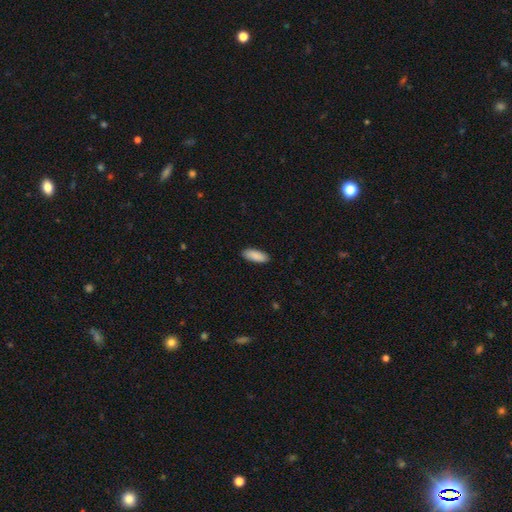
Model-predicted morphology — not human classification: Smooth or featured?
  - smooth: 90% *
  - star or artifact: 6%
  - featured or disk: 5%
How rounded?
  - in between: 79% *
  - cigar-shaped: 20%
  - round: 2%
Merging?
  - none: 89% *
  - minor disturbance: 9%
  - major disturbance: 2%
  - merger: 1%